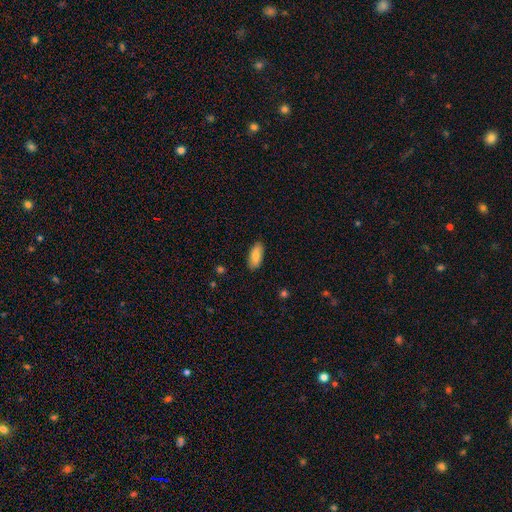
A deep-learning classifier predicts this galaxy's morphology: A smooth galaxy with no disk features (82%) that is in between round and cigar-shaped (85%). Merging: none (88%).